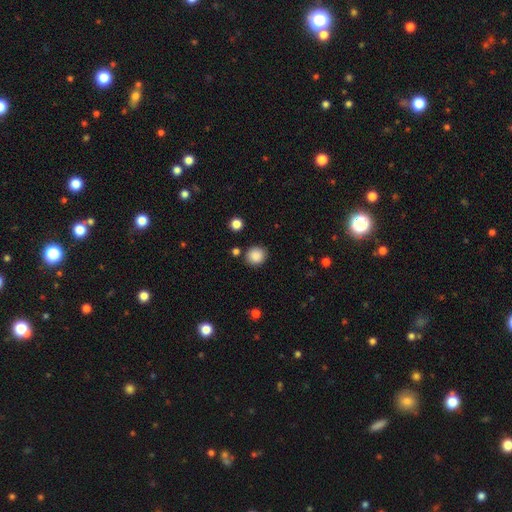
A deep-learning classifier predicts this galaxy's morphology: smooth 87%, star or artifact 9%, featured or disk 3%. Down the decision tree: how rounded — round (87%); merging — none (86%).